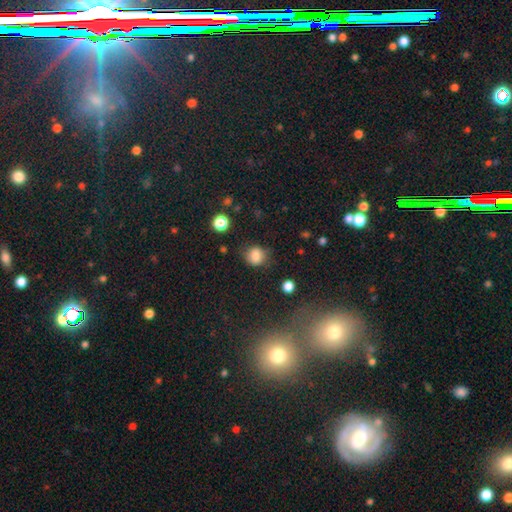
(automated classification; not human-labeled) This is clearly a smooth galaxy (82%). How rounded: likely round (77%). Merging: likely none (72%).